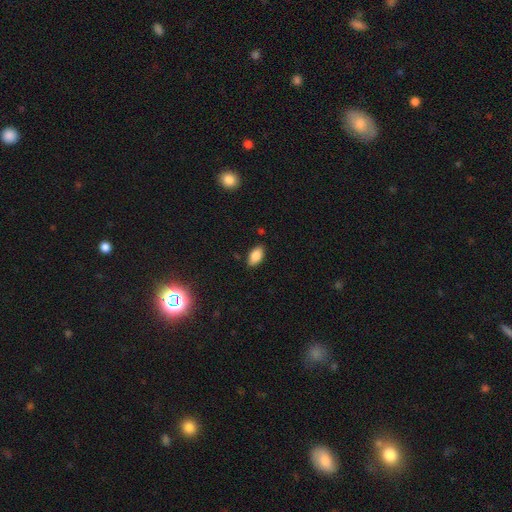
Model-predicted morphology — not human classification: Smooth or featured? Predicted: smooth (p=0.84). How rounded? Predicted: in between (p=0.92). Merging? Predicted: none (p=0.84).